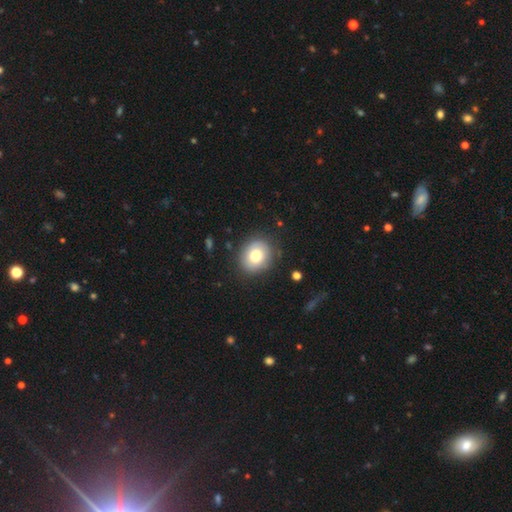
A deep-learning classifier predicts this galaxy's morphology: This is likely a smooth galaxy (76%). How rounded: likely round (65%). Merging: clearly none (85%).